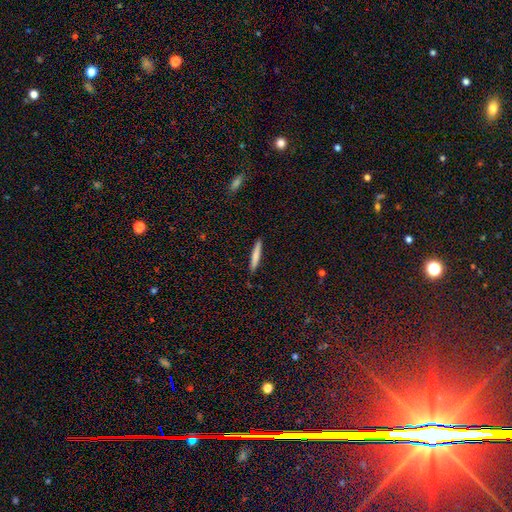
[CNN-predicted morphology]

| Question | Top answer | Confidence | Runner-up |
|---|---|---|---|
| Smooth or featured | smooth | 71% | featured or disk (22%) |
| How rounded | cigar-shaped | 95% | in between (4%) |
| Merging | none | 88% | minor disturbance (9%) |